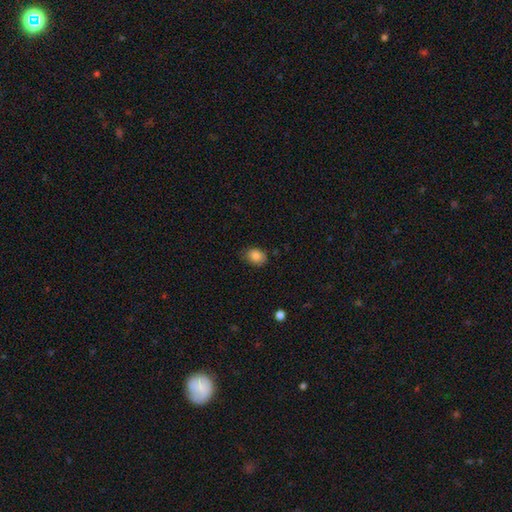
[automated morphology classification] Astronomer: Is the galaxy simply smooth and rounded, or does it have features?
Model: smooth — 84%.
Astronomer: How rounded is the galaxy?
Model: in between — 63%.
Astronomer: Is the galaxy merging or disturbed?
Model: none — 76%.